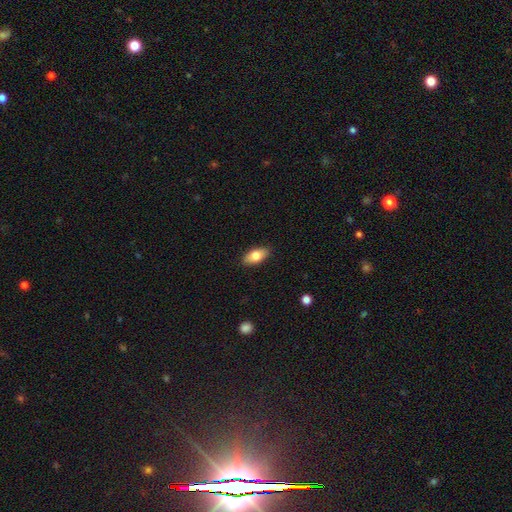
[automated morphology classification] Overall: smooth (79%). How rounded: in between (90%). Merging: none (89%).